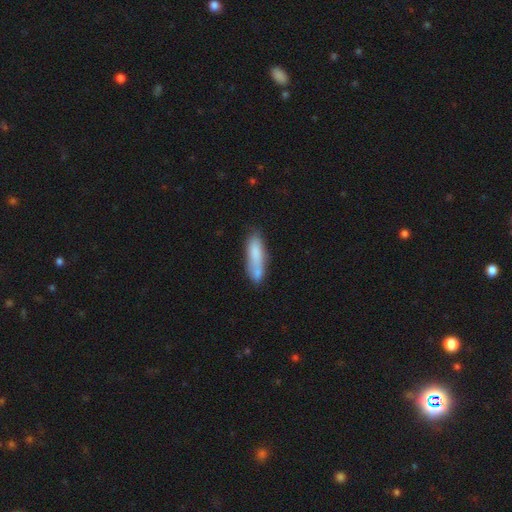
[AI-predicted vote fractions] This appears to be a smooth galaxy with no disk features (74%) that is cigar-shaped (67%). Merging: none (56%).